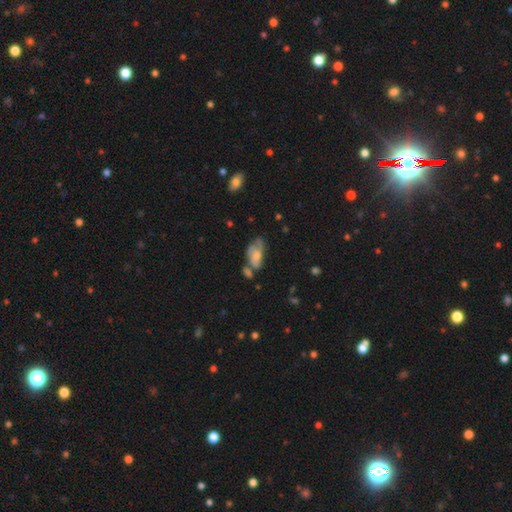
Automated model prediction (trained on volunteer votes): This appears to be a featured or disk galaxy (47%). Merging: none (30%).